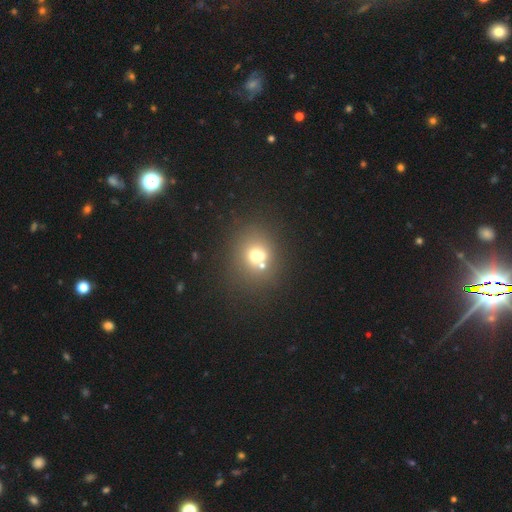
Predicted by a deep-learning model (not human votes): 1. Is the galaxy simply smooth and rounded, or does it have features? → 64% smooth, 19% featured or disk, 17% star or artifact.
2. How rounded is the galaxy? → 74% round, 25% in between, 1% cigar-shaped.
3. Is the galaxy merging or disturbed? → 52% none, 33% merger, 10% minor disturbance, 5% major disturbance.